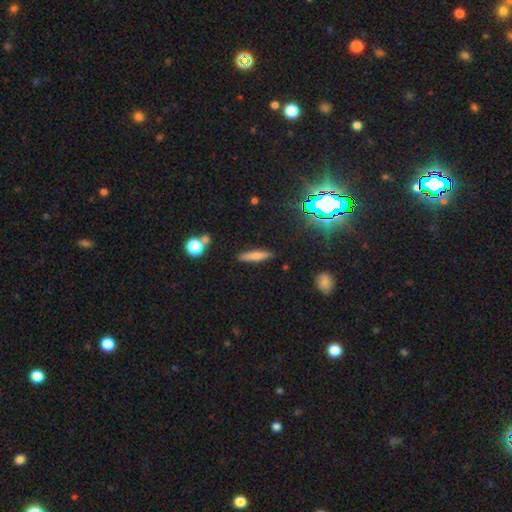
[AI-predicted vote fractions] Smooth or featured?
  - smooth: 62% *
  - featured or disk: 28%
  - star or artifact: 10%
How rounded?
  - cigar-shaped: 83% *
  - in between: 14%
  - round: 3%
Merging?
  - none: 86% *
  - minor disturbance: 9%
  - merger: 3%
  - major disturbance: 2%